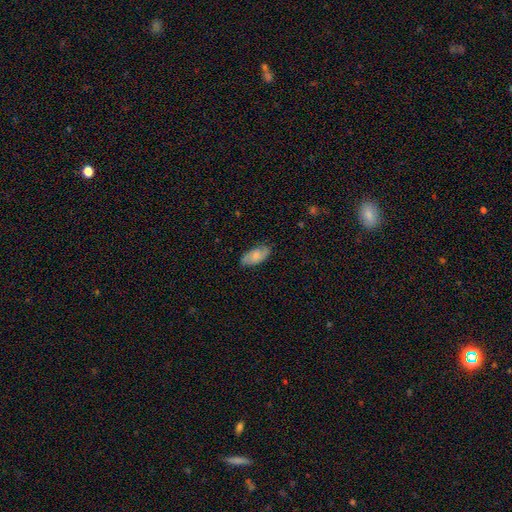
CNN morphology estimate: smooth-or-featured: smooth: 71% | featured or disk: 23% | star or artifact: 6%
  how-rounded: in between: 91% | cigar-shaped: 6% | round: 2%
  merging: none: 79% | minor disturbance: 17% | major disturbance: 3% | merger: 1%